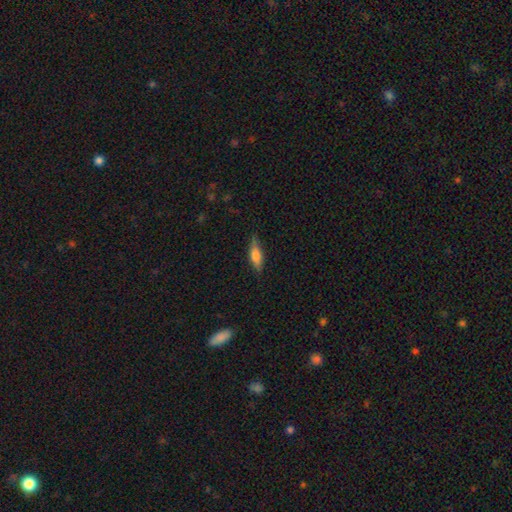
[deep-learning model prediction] A smooth galaxy with no disk features (67%) that is cigar-shaped (50%).

Vote fractions:
- Smooth or featured? smooth: 67% / featured or disk: 26% / star or artifact: 7%
- How rounded? cigar-shaped: 50% / in between: 47% / round: 3%
- Merging? none: 80% / minor disturbance: 16% / major disturbance: 3% / merger: 1%